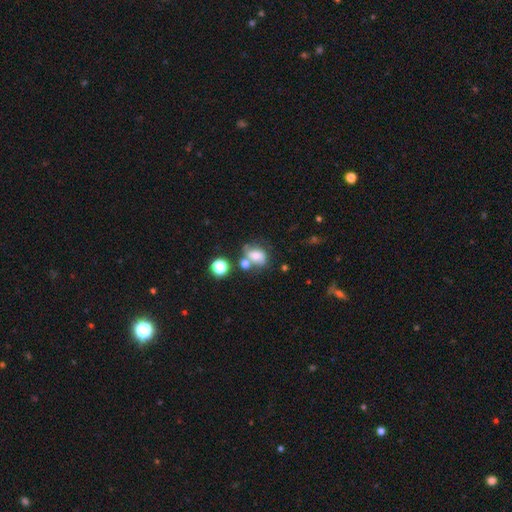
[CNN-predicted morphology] smooth-or-featured: smooth: 58% | featured or disk: 27% | star or artifact: 15%
  how-rounded: in between: 60% | round: 38% | cigar-shaped: 2%
  merging: none: 42% | merger: 27% | minor disturbance: 20% | major disturbance: 11%